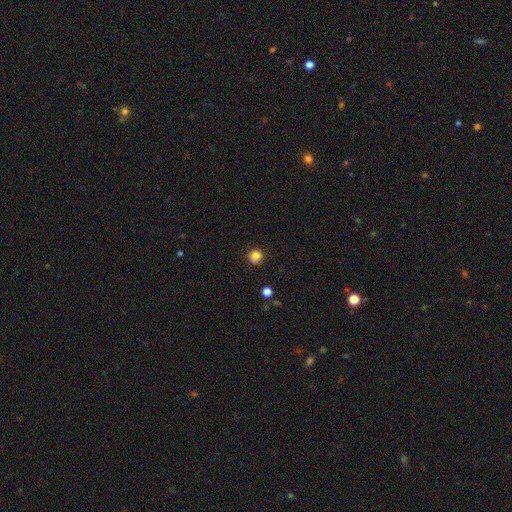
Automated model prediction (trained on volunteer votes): Overall: smooth (83%). How rounded: round (92%). Merging: none (85%).